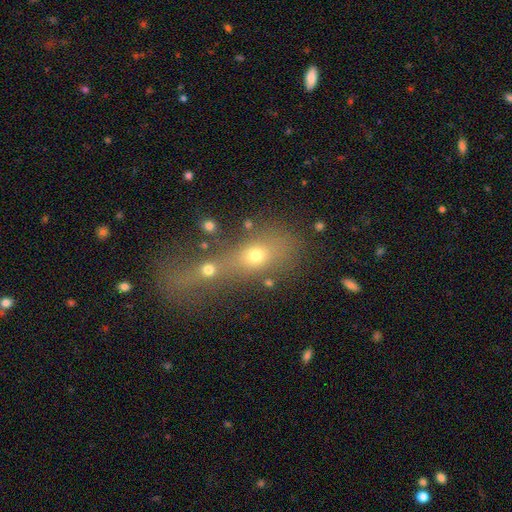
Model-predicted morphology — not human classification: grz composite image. It shows a smooth galaxy with no disk features (63%) that is in between round and cigar-shaped (52%). Merging: merger (61%).